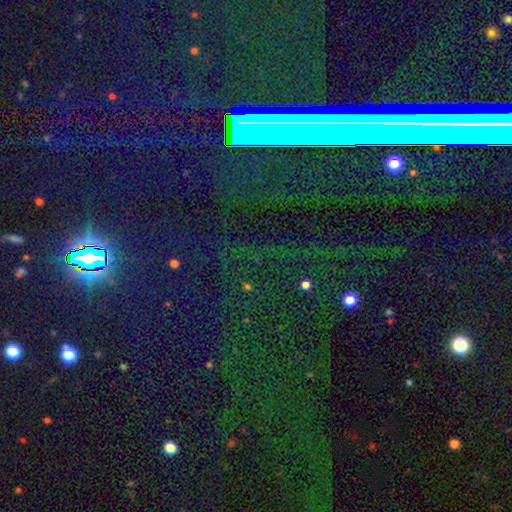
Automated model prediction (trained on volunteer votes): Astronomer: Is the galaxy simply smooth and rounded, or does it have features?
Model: star or artifact — 77%.